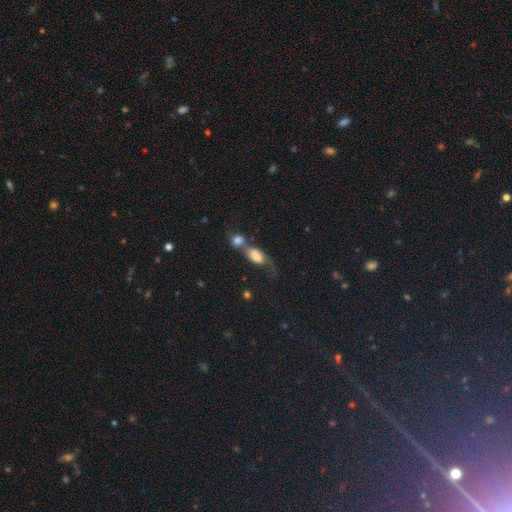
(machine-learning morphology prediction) smooth-or-featured: smooth: 68% | featured or disk: 22% | star or artifact: 10%
  how-rounded: in between: 77% | round: 16% | cigar-shaped: 7%
  merging: merger: 66% | none: 13% | major disturbance: 12% | minor disturbance: 8%